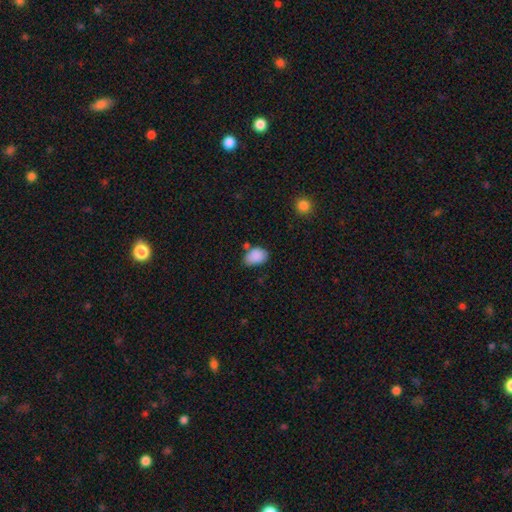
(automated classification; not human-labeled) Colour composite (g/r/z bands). It shows a smooth galaxy with no disk features (87%) that is in between round and cigar-shaped (80%). Merging: none (56%).